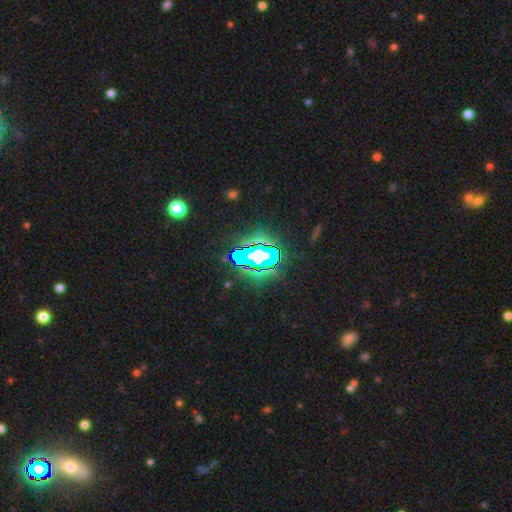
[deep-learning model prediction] Morphology: type=star or artifact (71%).